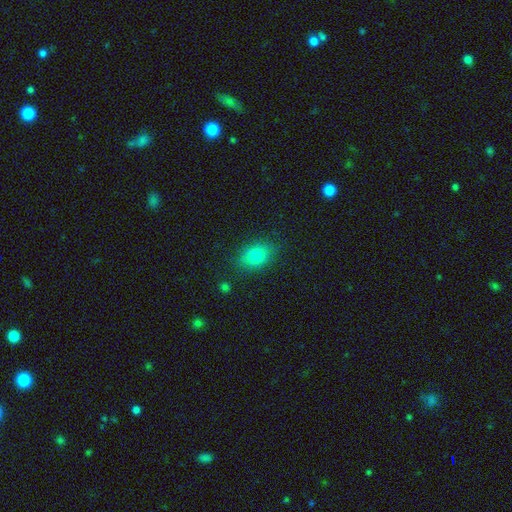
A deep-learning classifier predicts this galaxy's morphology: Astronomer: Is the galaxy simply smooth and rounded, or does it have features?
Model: smooth — 81%.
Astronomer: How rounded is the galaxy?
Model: in between — 72%.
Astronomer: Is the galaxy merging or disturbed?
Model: none — 81%.